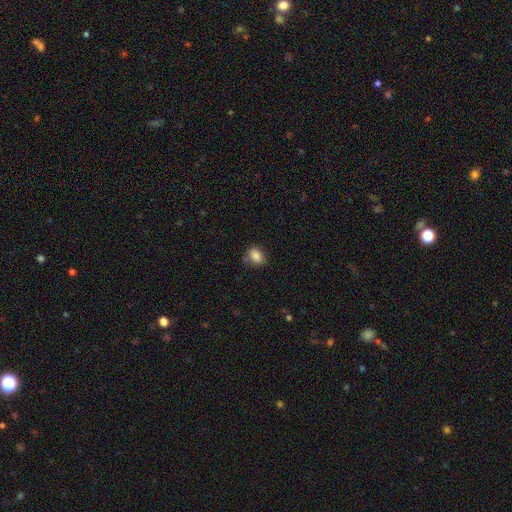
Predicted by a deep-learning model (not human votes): Smooth or featured: smooth — 85% (star or artifact — 9%)
How rounded: in between — 70% (round — 28%)
Merging: none — 70% (minor disturbance — 20%)